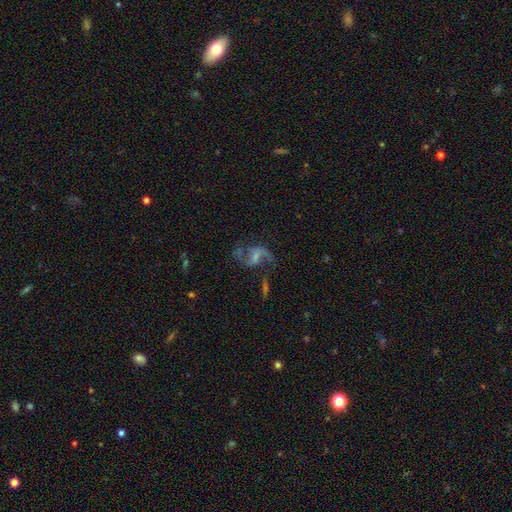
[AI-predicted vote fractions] Smooth or featured?
  - featured or disk: 80% *
  - smooth: 10%
  - star or artifact: 9%
Edge-on disk?
  - no: 97% *
  - yes: 3%
Bar?
  - weak: 50% *
  - no: 31%
  - strong: 20%
Spiral arms?
  - yes: 92% *
  - no: 8%
Spiral winding?
  - loose: 61% *
  - medium: 32%
  - tight: 6%
Spiral arm count?
  - 2: 86% *
  - 1: 7%
  - can't tell: 4%
  - 3: 1%
  - 4: 1%
  - more than 4: 1%
Bulge size?
  - small: 46% *
  - moderate: 28%
  - none: 21%
  - large: 4%
  - dominant: 1%
Merging?
  - none: 56% *
  - major disturbance: 21%
  - minor disturbance: 17%
  - merger: 7%